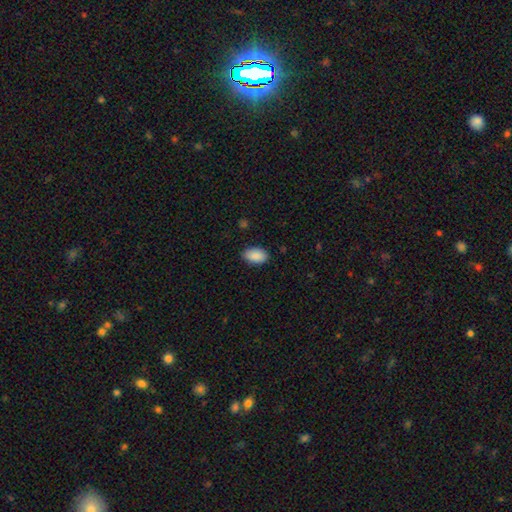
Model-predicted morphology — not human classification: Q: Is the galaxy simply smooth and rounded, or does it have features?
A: smooth — 90%.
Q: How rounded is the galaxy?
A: in between — 93%.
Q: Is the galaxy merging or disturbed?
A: none — 85%.